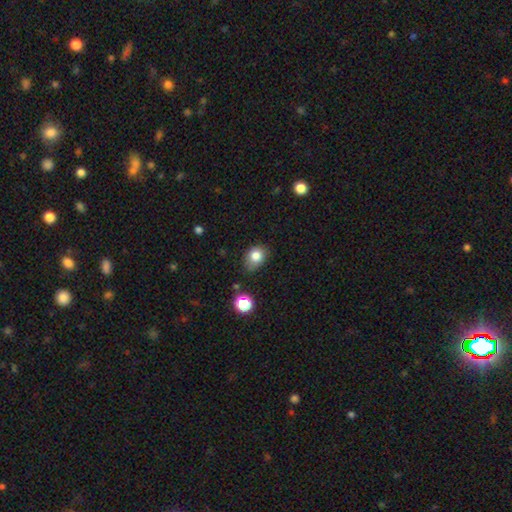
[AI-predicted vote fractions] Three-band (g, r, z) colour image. It shows a smooth galaxy with no disk features (81%) that is in between round and cigar-shaped (51%). Merging: none (66%).